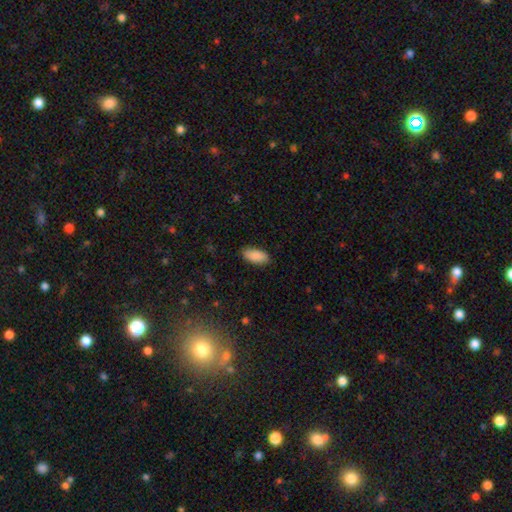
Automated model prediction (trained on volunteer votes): This appears to be a smooth galaxy with no disk features (90%) that is in between round and cigar-shaped (91%). Merging: none (87%).